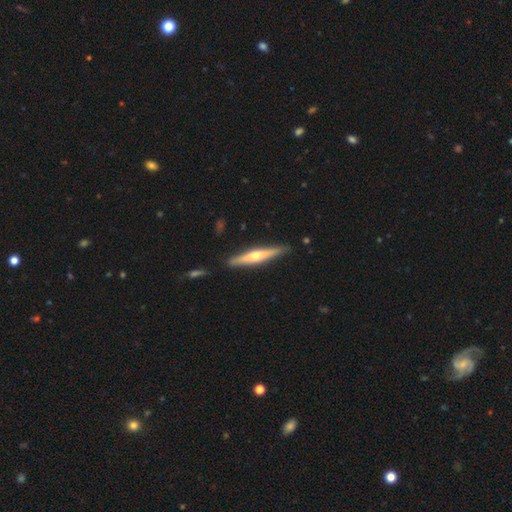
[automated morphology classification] This appears to be a featured or disk galaxy (63%) viewed edge-on (96%) with a rounded central bulge (85%). Merging: none (88%).